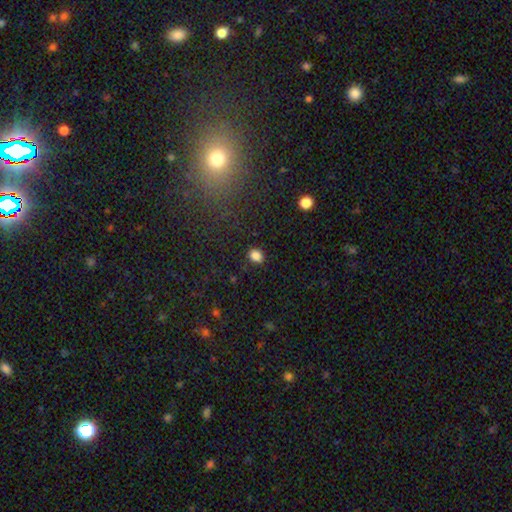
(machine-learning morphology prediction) Smooth or featured? smooth (85%)
How rounded? in between (50%)
Merging? none (88%)